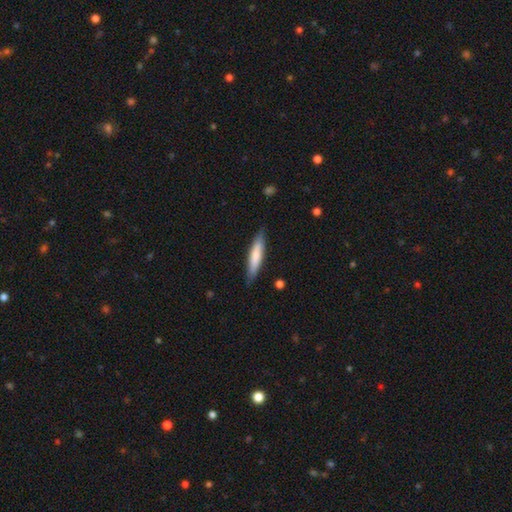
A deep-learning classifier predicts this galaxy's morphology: The model was most divided on "smooth or featured": smooth: 73%, featured or disk: 21%, star or artifact: 5%. More confident: merging — none (85%); how rounded — cigar-shaped (84%).